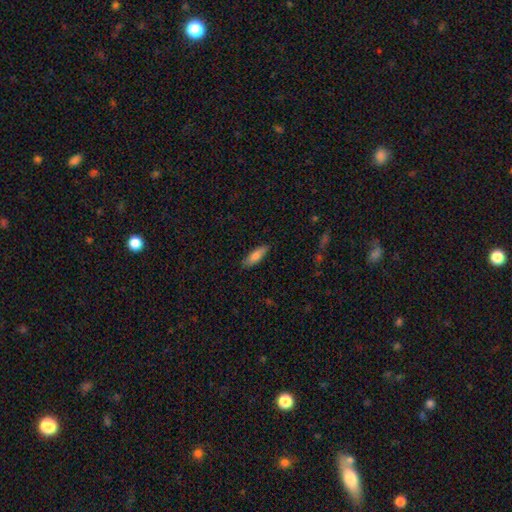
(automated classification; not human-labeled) smooth-or-featured: smooth: 79% | featured or disk: 15% | star or artifact: 6%
  how-rounded: in between: 53% | cigar-shaped: 45% | round: 2%
  merging: none: 83% | minor disturbance: 13% | major disturbance: 3% | merger: 1%